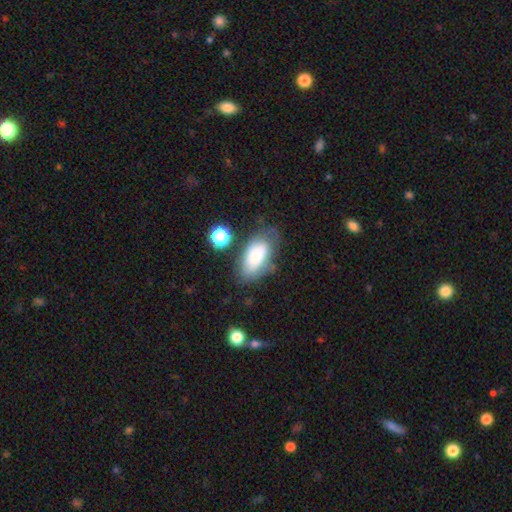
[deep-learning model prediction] Smooth or featured?
  - smooth: 72% *
  - featured or disk: 20%
  - star or artifact: 9%
How rounded?
  - in between: 92% *
  - round: 4%
  - cigar-shaped: 4%
Merging?
  - none: 59% *
  - minor disturbance: 25%
  - major disturbance: 10%
  - merger: 6%